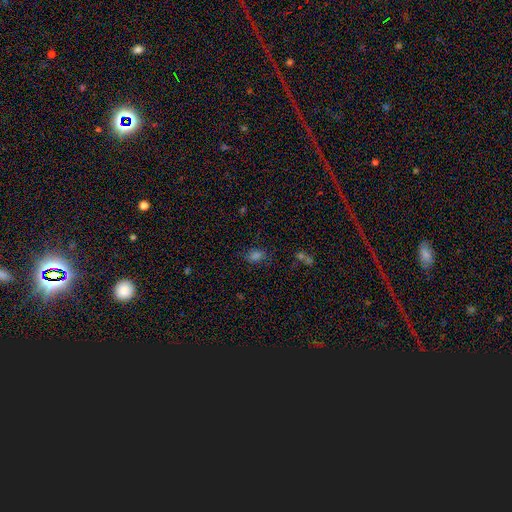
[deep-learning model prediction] This appears to be a smooth galaxy with no disk features (66%) that is in between round and cigar-shaped (70%). Merging: none (77%).